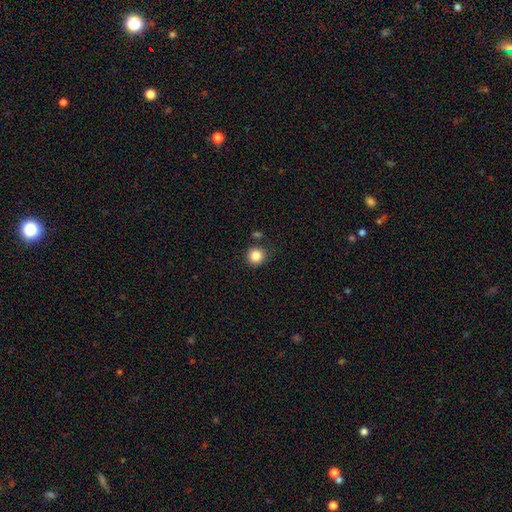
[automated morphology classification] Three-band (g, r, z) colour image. It shows a smooth galaxy with no disk features (85%) that is round (93%). Merging: none (84%).